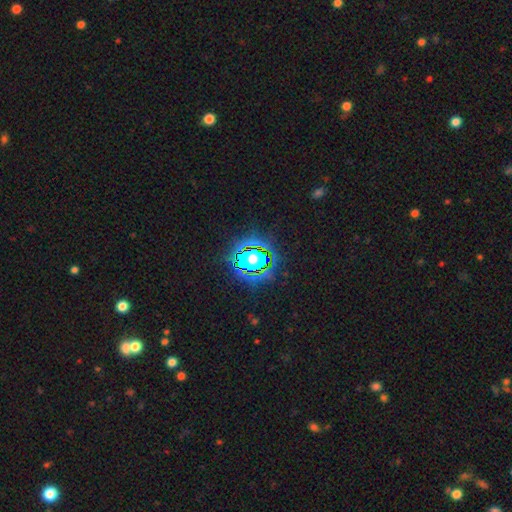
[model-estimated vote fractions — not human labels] Q: Smooth or featured?
A: star or artifact (83%); runner-up: smooth (10%)